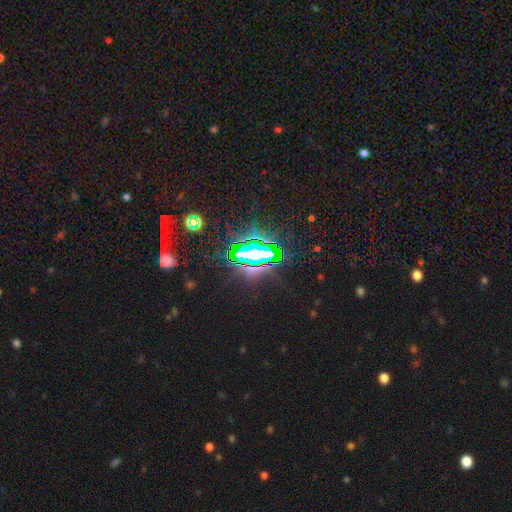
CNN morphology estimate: star or artifact 76%, smooth 13%, featured or disk 11%.